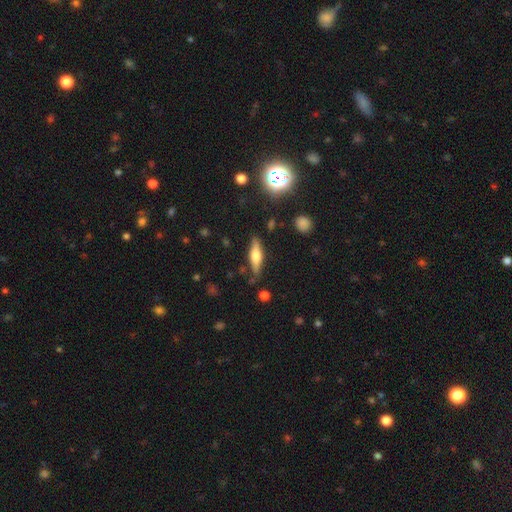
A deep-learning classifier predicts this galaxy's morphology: featured or disk 51%, smooth 40%, star or artifact 9%. Down the decision tree: edge-on disk — yes (93%); merging — none (83%).